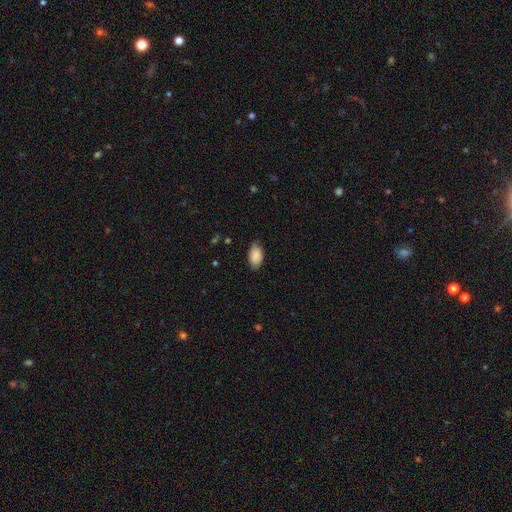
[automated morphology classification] Overall: smooth (89%). How rounded: in between (93%). Merging: none (79%).